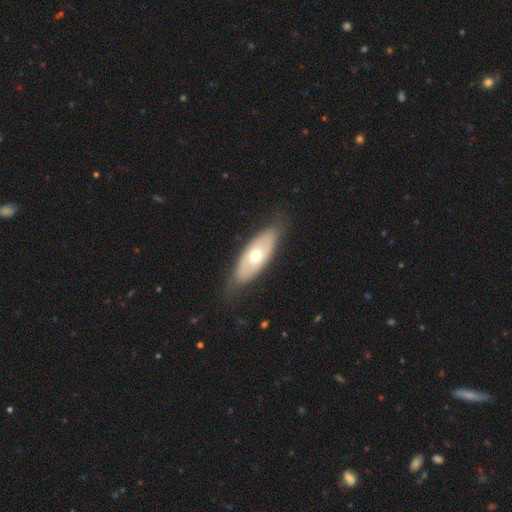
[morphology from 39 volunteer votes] Q: Smooth or featured?
A: smooth (54%); runner-up: featured or disk (46%)
Q: How rounded?
A: in between (81%); runner-up: cigar-shaped (14%)
Q: Merging?
A: none (82%); runner-up: minor disturbance (15%)